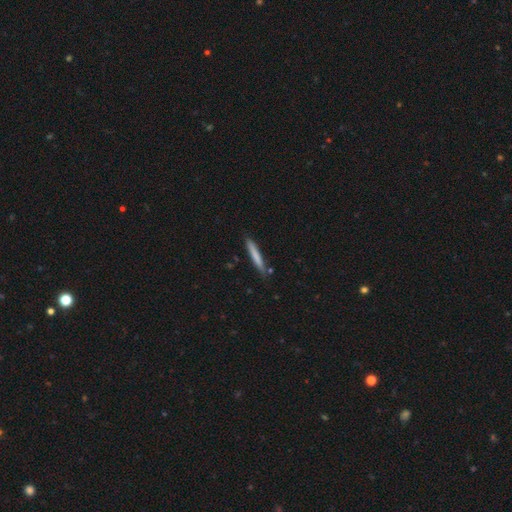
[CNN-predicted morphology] A smooth galaxy with no disk features (75%) that is cigar-shaped (95%). Merging: none (84%).